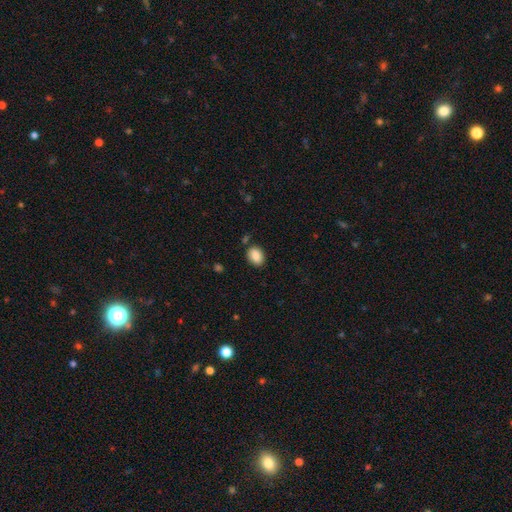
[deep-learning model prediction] This is clearly a smooth galaxy (87%). How rounded: likely in between (69%). Merging: clearly none (81%).